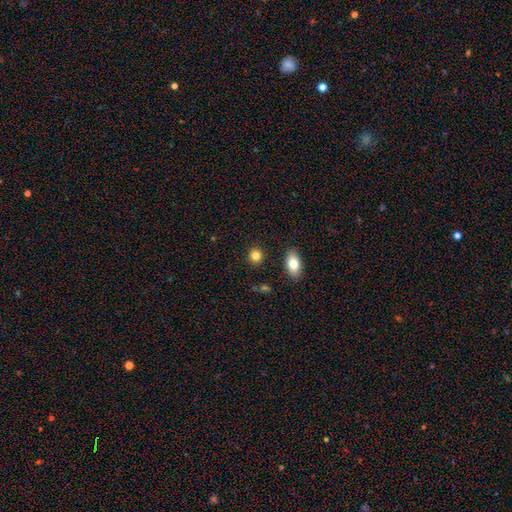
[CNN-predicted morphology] This is clearly a smooth galaxy (83%). How rounded: clearly round (80%). Merging: clearly none (88%).